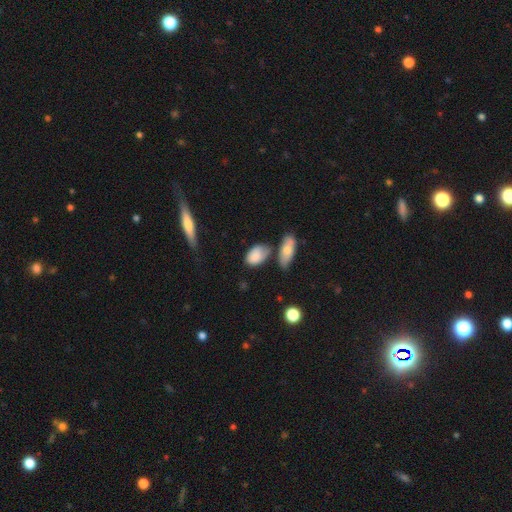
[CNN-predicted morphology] Smooth or featured? Predicted: smooth (p=0.83). How rounded? Predicted: in between (p=0.88). Merging? Predicted: none (p=0.52).